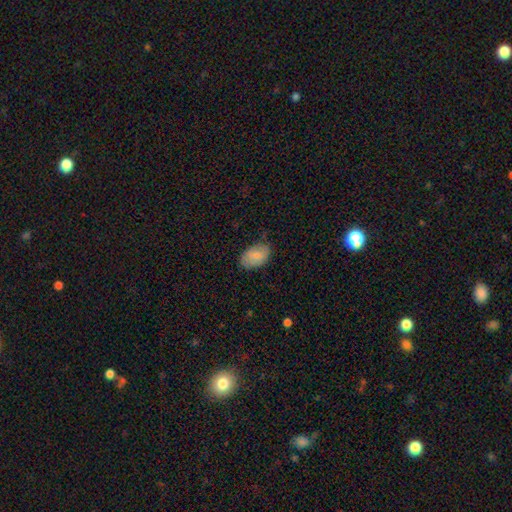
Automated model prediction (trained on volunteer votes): Smooth or featured? smooth (78%)
How rounded? in between (92%)
Merging? none (72%)